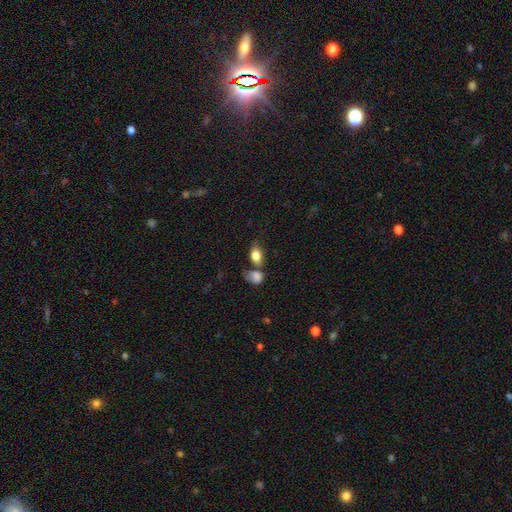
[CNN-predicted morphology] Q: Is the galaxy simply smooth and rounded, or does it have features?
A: smooth — 82%.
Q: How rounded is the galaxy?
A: in between — 84%.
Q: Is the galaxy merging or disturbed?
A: none — 41%.